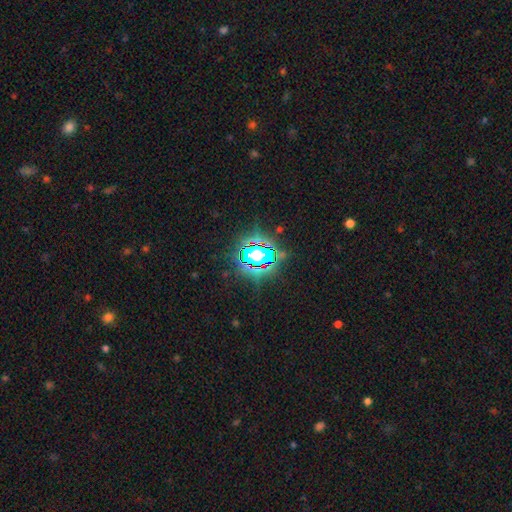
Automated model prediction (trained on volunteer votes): smooth_or_featured: star or artifact (p=0.66) [alt: smooth p=0.20]